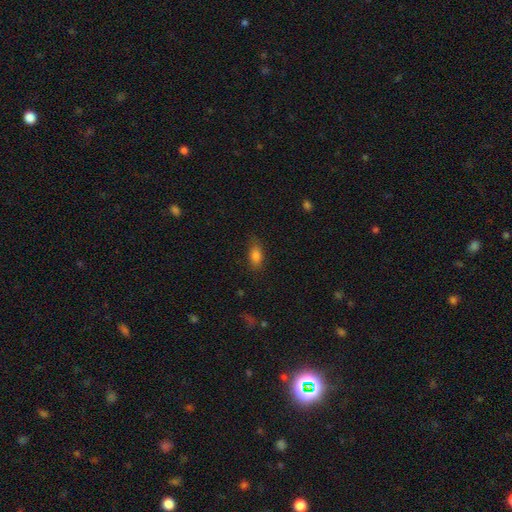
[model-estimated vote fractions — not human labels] A smooth galaxy with no disk features (83%) that is in between round and cigar-shaped (87%).

Vote fractions:
- Smooth or featured? smooth: 83% / star or artifact: 10% / featured or disk: 8%
- How rounded? in between: 87% / cigar-shaped: 7% / round: 6%
- Merging? none: 79% / minor disturbance: 16% / major disturbance: 4% / merger: 1%